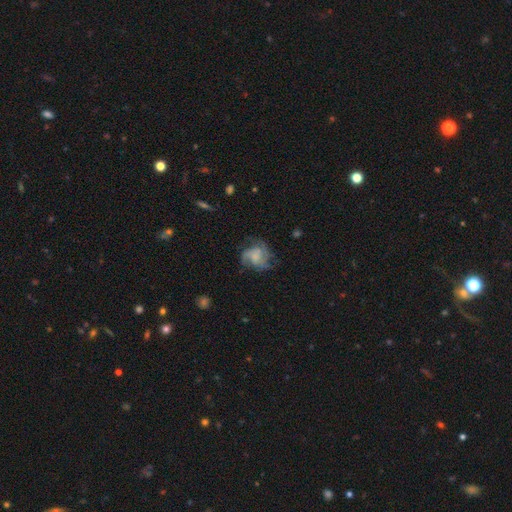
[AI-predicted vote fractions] Morphology: type=featured or disk (63%); edge-on=no (98%); bar=no (71%); spiral arms=yes (87%); winding=medium (46%); arm count=3 (36%); bulge=small (42%); merging=none (56%).